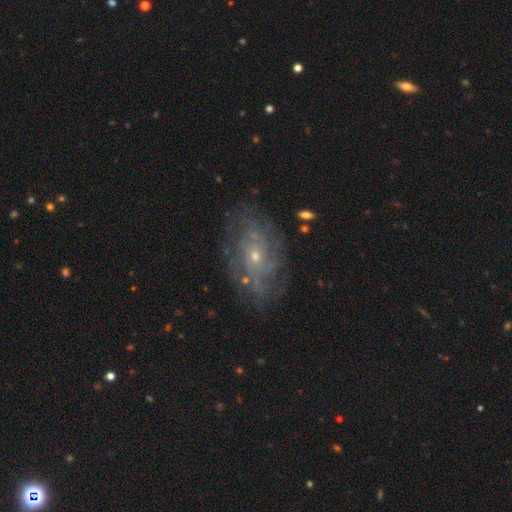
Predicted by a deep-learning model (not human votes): Smooth or featured?
  - featured or disk: 77% *
  - smooth: 15%
  - star or artifact: 8%
Edge-on disk?
  - no: 95% *
  - yes: 5%
Bar?
  - no: 81% *
  - weak: 16%
  - strong: 3%
Spiral arms?
  - yes: 80% *
  - no: 20%
Spiral winding?
  - tight: 56% *
  - medium: 31%
  - loose: 13%
Spiral arm count?
  - can't tell: 52% *
  - 2: 16%
  - 3: 11%
  - 4: 10%
  - more than 4: 6%
  - 1: 5%
Bulge size?
  - small: 68% *
  - moderate: 28%
  - none: 1%
  - large: 1%
  - dominant: 1%
Merging?
  - none: 73% *
  - minor disturbance: 17%
  - major disturbance: 8%
  - merger: 2%